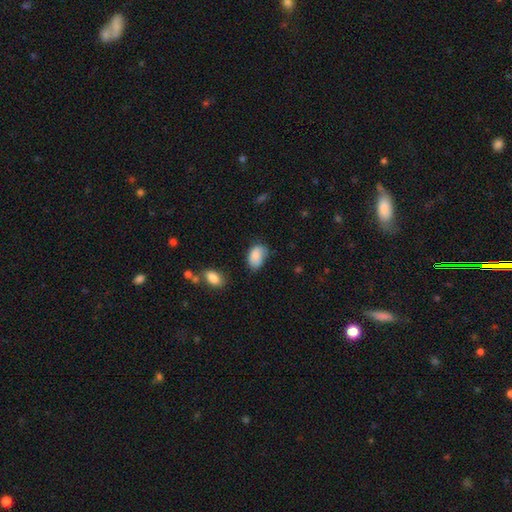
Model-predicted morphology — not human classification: type=smooth (82%); roundness=in between (90%); merging=none (54%).